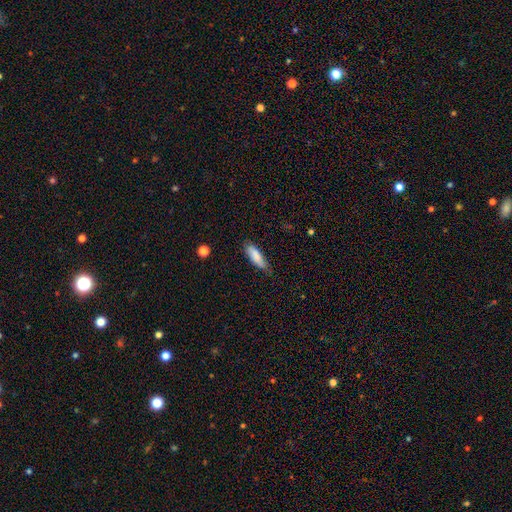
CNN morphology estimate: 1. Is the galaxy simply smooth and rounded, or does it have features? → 80% smooth, 14% featured or disk, 6% star or artifact.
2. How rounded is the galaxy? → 50% in between, 48% cigar-shaped, 2% round.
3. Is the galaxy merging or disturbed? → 69% none, 25% minor disturbance, 4% major disturbance, 2% merger.